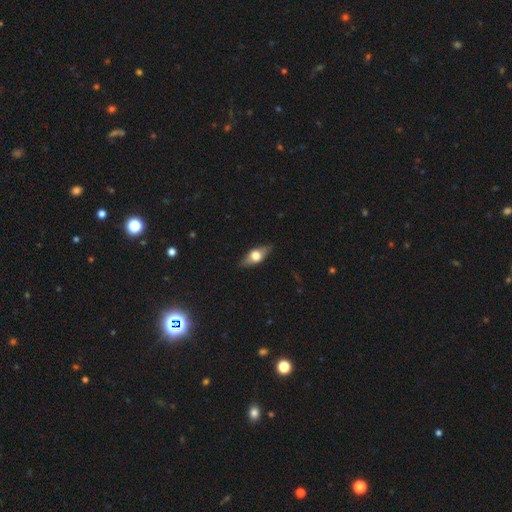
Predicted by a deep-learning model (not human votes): Smooth or featured: featured or disk — 50% (smooth — 42%)
Edge-on disk: yes — 87% (no — 13%)
Merging: none — 84% (minor disturbance — 12%)